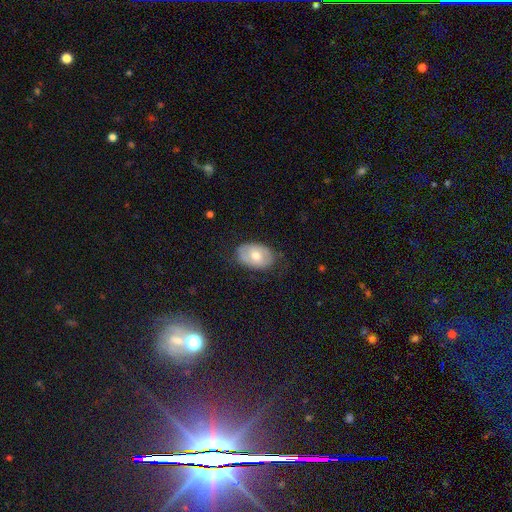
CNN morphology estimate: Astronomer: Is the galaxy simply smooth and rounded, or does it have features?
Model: smooth — 62%.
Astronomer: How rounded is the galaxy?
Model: in between — 85%.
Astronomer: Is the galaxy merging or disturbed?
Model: none — 74%.